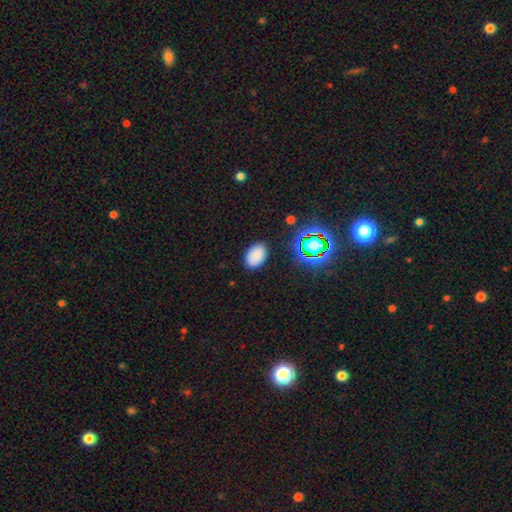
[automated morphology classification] type=smooth (82%); roundness=in between (88%); merging=none (87%).